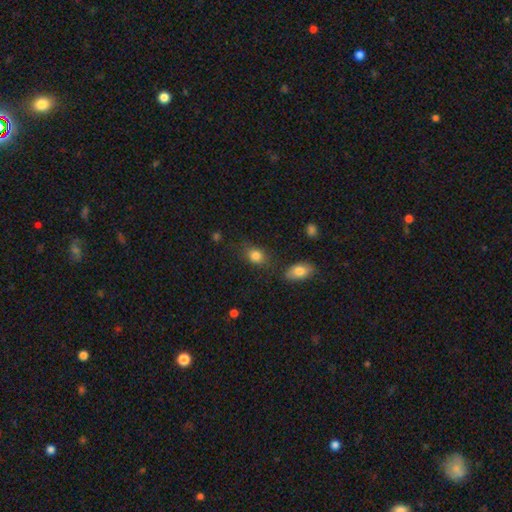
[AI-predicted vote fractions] This is clearly a smooth galaxy (84%). How rounded: likely in between (61%). Merging: likely none (72%).